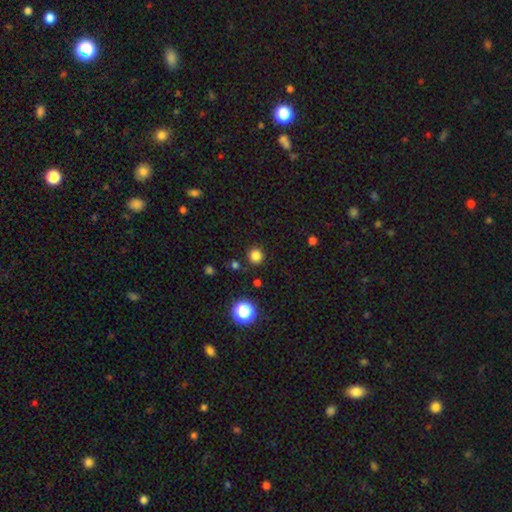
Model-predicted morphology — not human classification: Q: Smooth or featured?
A: smooth (81%); runner-up: star or artifact (15%)
Q: How rounded?
A: round (94%); runner-up: in between (5%)
Q: Merging?
A: none (90%); runner-up: minor disturbance (6%)